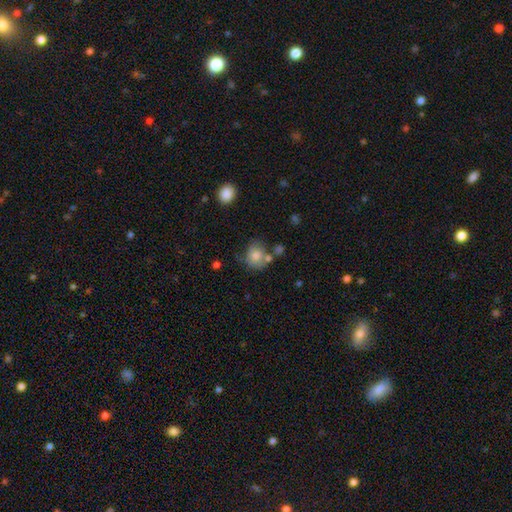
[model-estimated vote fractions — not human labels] A smooth galaxy with no disk features (75%) that is round (66%). Merging: none (47%).